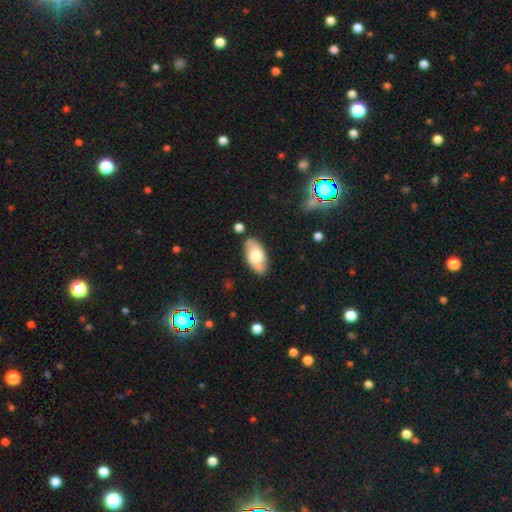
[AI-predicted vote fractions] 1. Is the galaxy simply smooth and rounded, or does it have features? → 55% smooth, 38% featured or disk, 7% star or artifact.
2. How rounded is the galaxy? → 92% in between, 5% cigar-shaped, 4% round.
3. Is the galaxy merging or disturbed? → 71% none, 18% minor disturbance, 7% merger, 4% major disturbance.